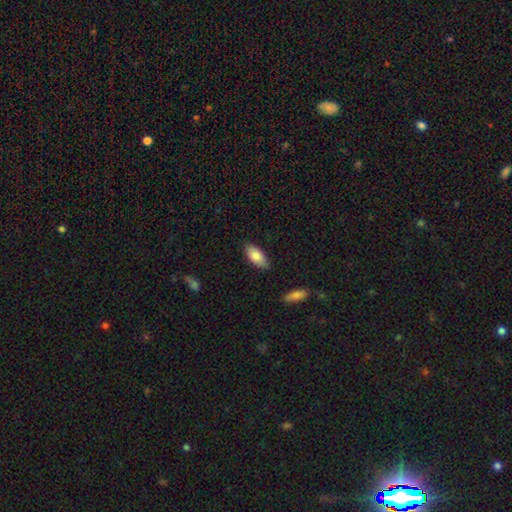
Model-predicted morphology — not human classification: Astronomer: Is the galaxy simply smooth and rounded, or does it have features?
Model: smooth — 83%.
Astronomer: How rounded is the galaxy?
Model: in between — 89%.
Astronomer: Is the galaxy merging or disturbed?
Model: none — 83%.